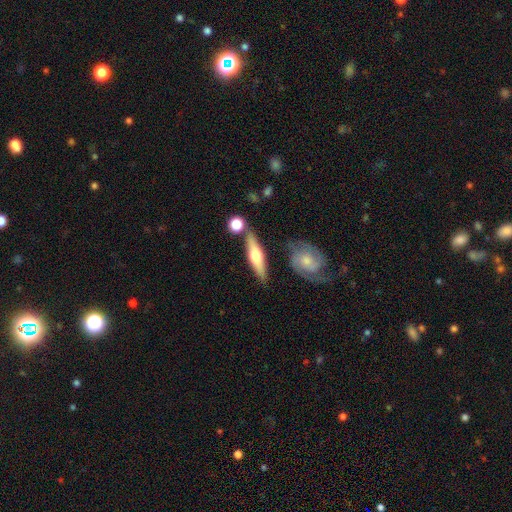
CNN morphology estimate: Smooth or featured: featured or disk — 50% (smooth — 44%)
Edge-on disk: yes — 89% (no — 11%)
Merging: none — 76% (minor disturbance — 12%)